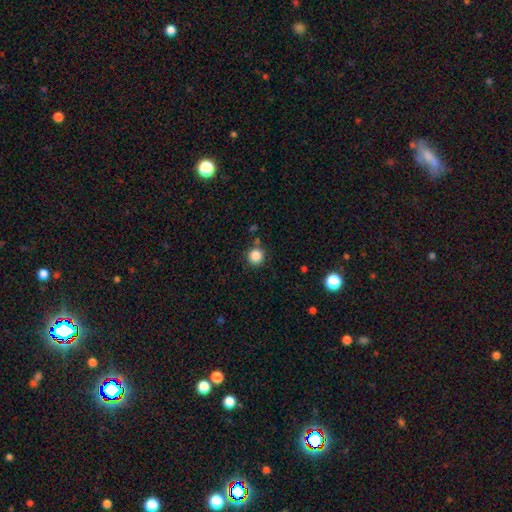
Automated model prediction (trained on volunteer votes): This appears to be a smooth galaxy with no disk features (85%) that is round (95%). Merging: none (85%).